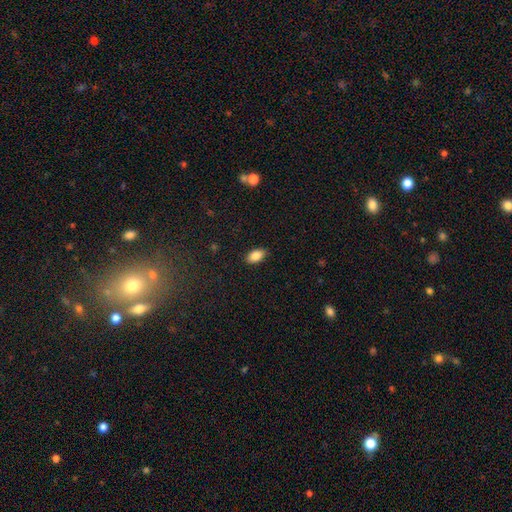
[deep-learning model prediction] This is clearly a smooth galaxy (85%). How rounded: clearly in between (92%). Merging: clearly none (88%).